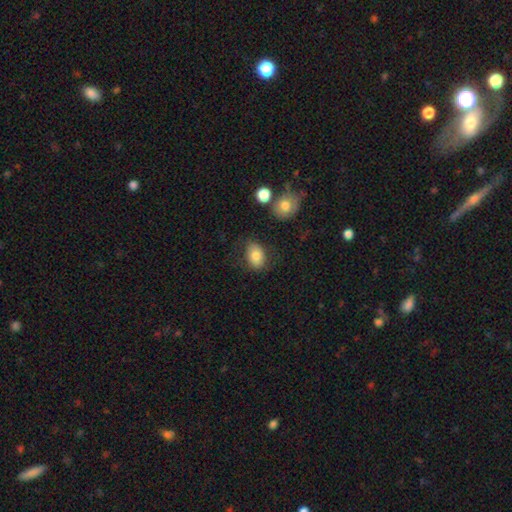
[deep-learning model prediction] Smooth or featured? Predicted: smooth (p=0.81). How rounded? Predicted: in between (p=0.74). Merging? Predicted: none (p=0.72).